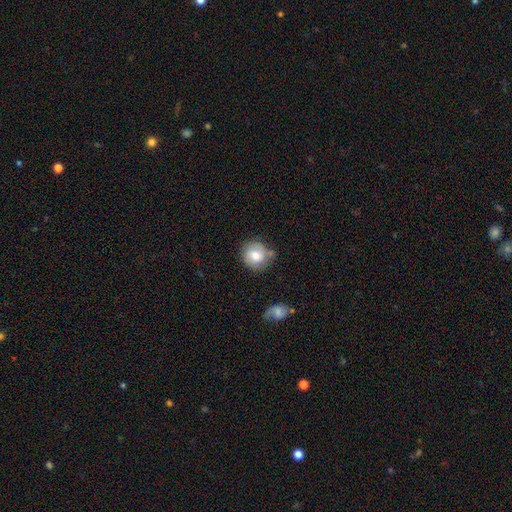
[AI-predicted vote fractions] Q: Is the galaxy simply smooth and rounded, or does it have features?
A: smooth — 72%.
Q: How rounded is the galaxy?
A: round — 86%.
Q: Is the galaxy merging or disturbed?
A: none — 64%.